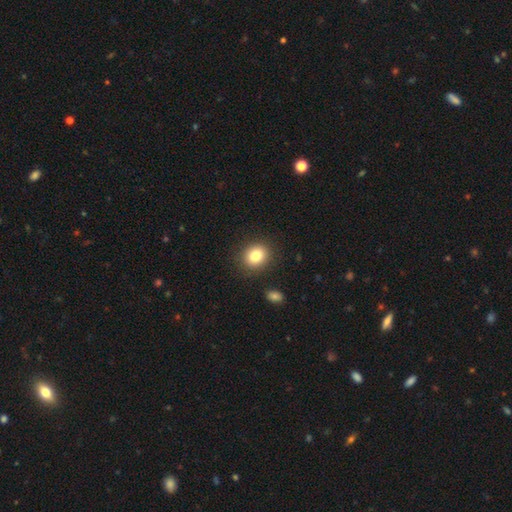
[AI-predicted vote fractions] Smooth or featured: smooth — 83% (star or artifact — 10%)
How rounded: round — 68% (in between — 31%)
Merging: none — 87% (minor disturbance — 8%)